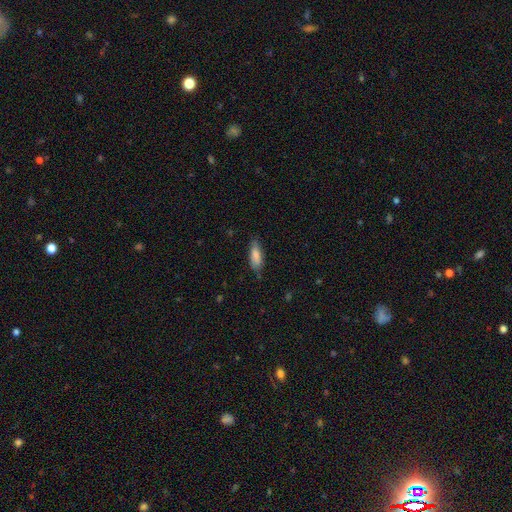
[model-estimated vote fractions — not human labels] Morphology: type=smooth (81%); roundness=in between (61%); merging=none (73%).